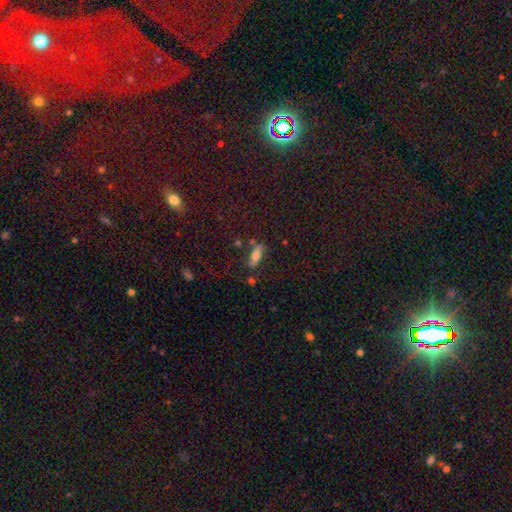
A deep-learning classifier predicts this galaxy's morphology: The model was most divided on "how rounded": in between: 65%, cigar-shaped: 32%, round: 4%. More confident: merging — none (71%); smooth or featured — smooth (66%).